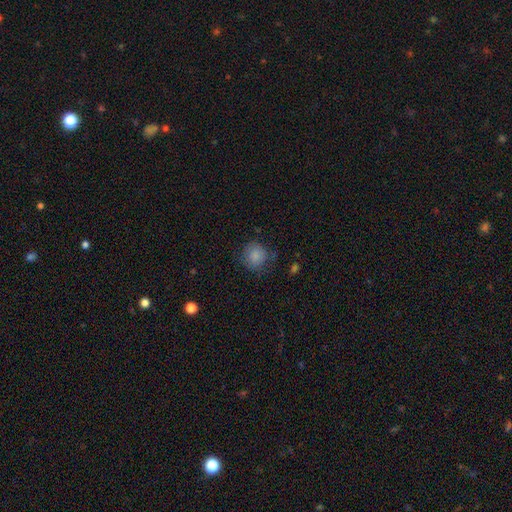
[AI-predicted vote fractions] Q: Smooth or featured?
A: smooth (85%); runner-up: star or artifact (9%)
Q: How rounded?
A: round (87%); runner-up: in between (12%)
Q: Merging?
A: none (73%); runner-up: minor disturbance (19%)